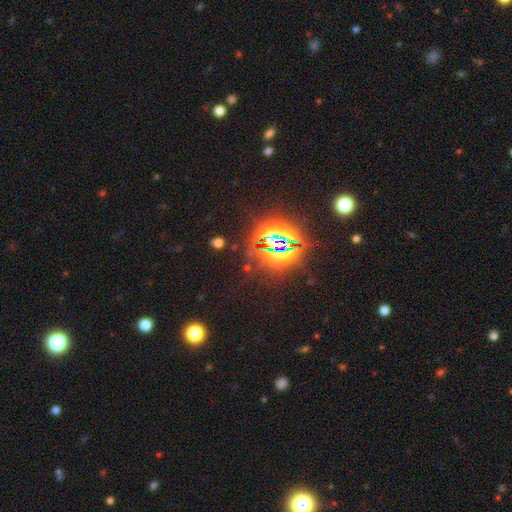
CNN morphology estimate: This is clearly a star or artifact rather than a galaxy (83%).